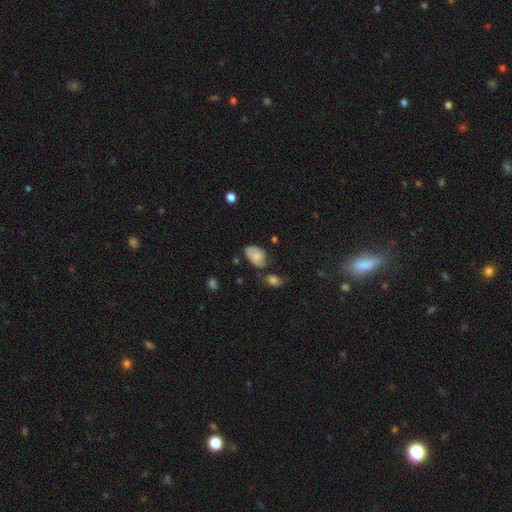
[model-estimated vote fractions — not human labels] This appears to be a smooth galaxy with no disk features (70%) that is in between round and cigar-shaped (88%). Merging: none (49%).